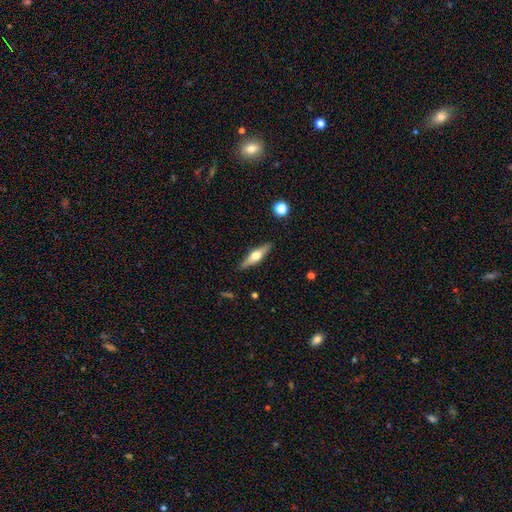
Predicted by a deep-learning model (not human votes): smooth-or-featured: featured or disk: 62% | smooth: 33% | star or artifact: 6%
  disk-edge-on: yes: 95% | no: 5%
    edge-on-bulge: rounded: 94% | boxy: 4% | none: 2%
  merging: none: 89% | minor disturbance: 8% | major disturbance: 2% | merger: 1%